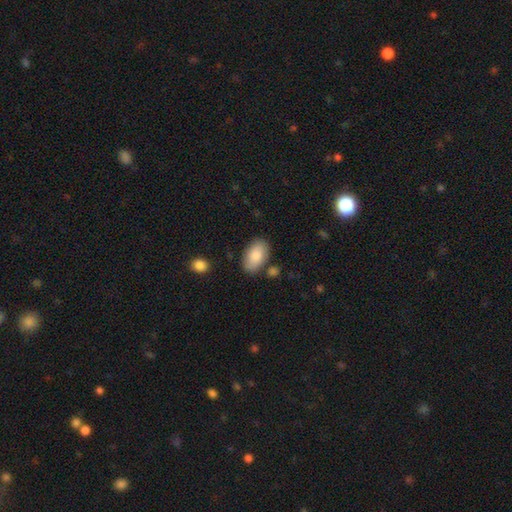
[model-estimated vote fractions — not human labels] The model was most divided on "merging": none: 79%, minor disturbance: 13%, merger: 5%, major disturbance: 3%. More confident: how rounded — in between (94%); smooth or featured — smooth (85%).